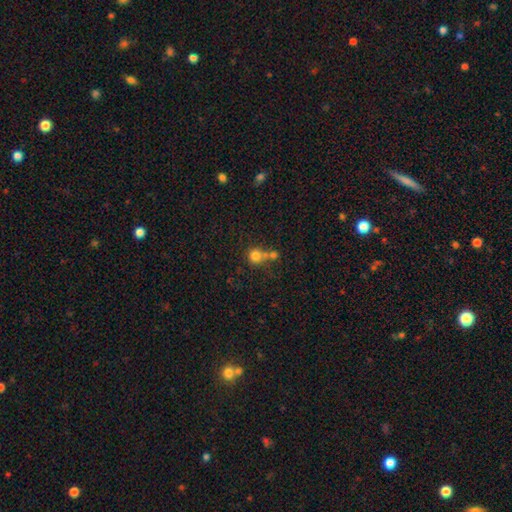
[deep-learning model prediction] Morphology: type=smooth (77%); roundness=round (90%); merging=none (47%).